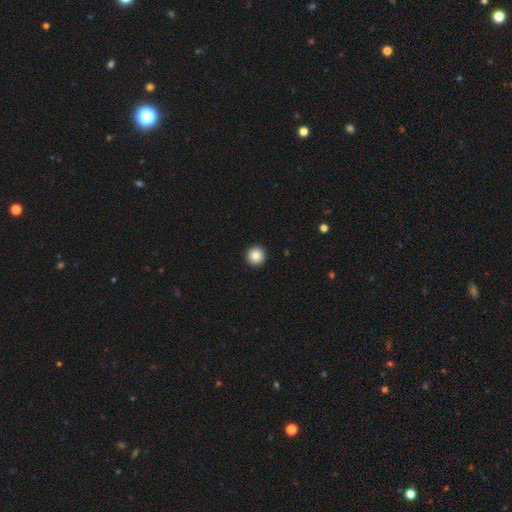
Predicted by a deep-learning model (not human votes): Smooth or featured? smooth (86%)
How rounded? round (96%)
Merging? none (94%)